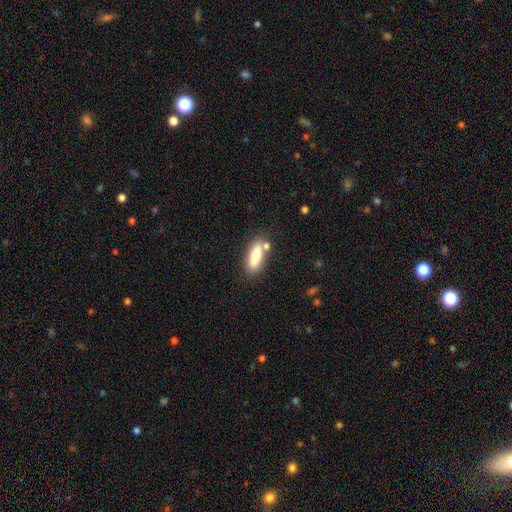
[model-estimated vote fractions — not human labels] Q: Smooth or featured?
A: smooth (76%); runner-up: featured or disk (17%)
Q: How rounded?
A: in between (52%); runner-up: cigar-shaped (45%)
Q: Merging?
A: none (72%); runner-up: minor disturbance (13%)